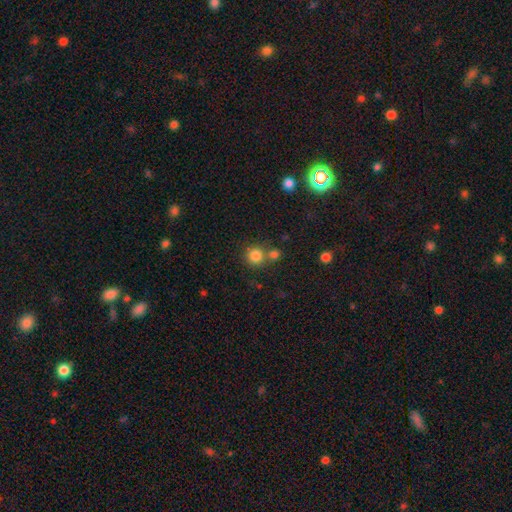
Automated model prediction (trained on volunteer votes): This appears to be a smooth galaxy with no disk features (82%) that is round (92%). Merging: none (65%).